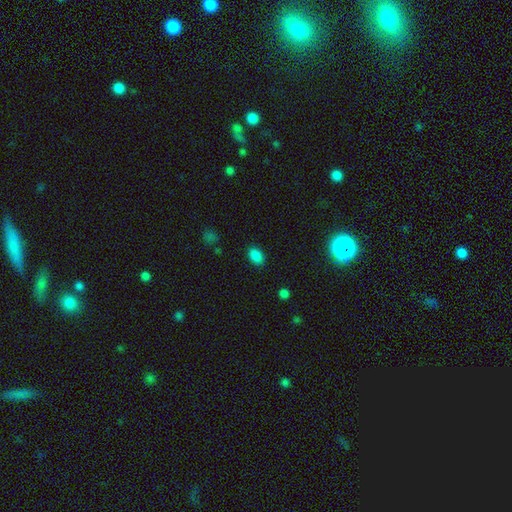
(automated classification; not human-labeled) Morphology: type=smooth (85%); roundness=in between (86%); merging=none (86%).